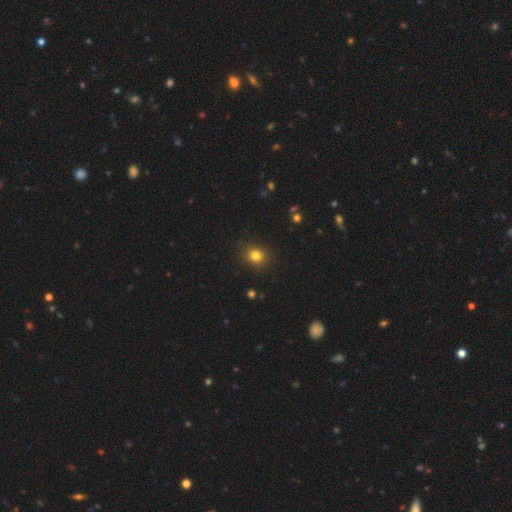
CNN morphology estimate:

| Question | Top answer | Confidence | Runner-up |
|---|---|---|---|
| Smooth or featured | smooth | 81% | star or artifact (13%) |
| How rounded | round | 70% | in between (29%) |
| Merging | none | 90% | minor disturbance (7%) |